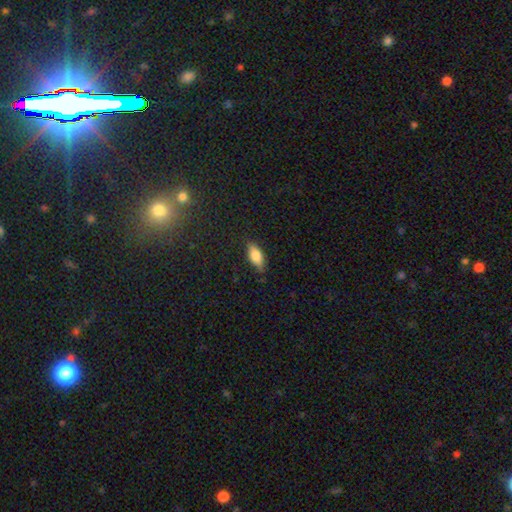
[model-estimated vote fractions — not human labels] Smooth or featured? smooth (79%)
How rounded? in between (81%)
Merging? none (80%)